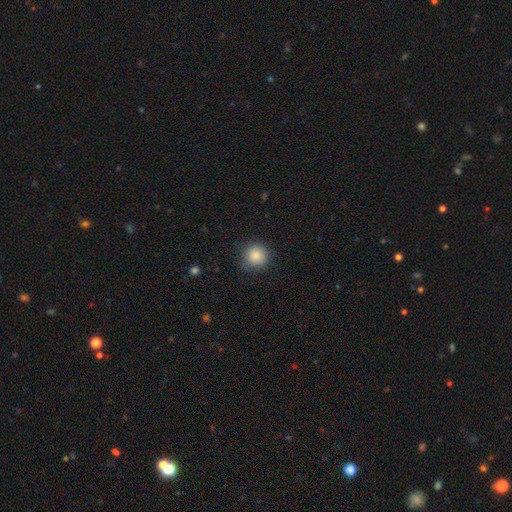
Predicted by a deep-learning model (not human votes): A smooth galaxy with no disk features (86%) that is round (93%).

Vote fractions:
- Smooth or featured? smooth: 86% / star or artifact: 9% / featured or disk: 5%
- How rounded? round: 93% / in between: 6% / cigar-shaped: 1%
- Merging? none: 84% / minor disturbance: 12% / major disturbance: 3% / merger: 1%